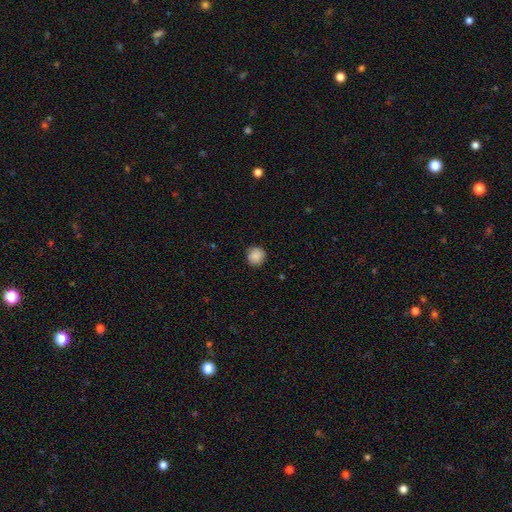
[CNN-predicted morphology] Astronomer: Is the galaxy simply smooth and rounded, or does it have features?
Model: smooth — 87%.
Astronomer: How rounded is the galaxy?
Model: round — 93%.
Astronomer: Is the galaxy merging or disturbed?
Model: none — 87%.